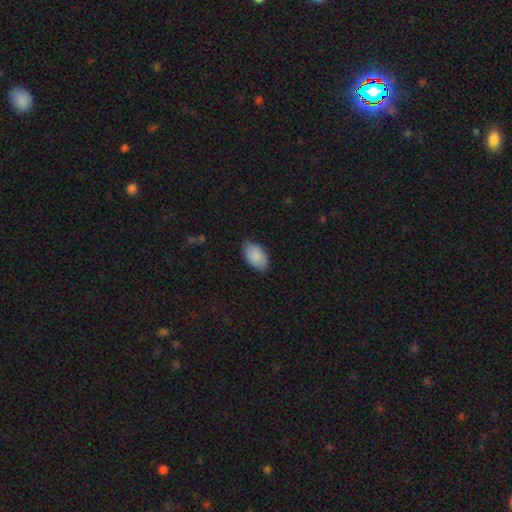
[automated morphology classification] This appears to be a smooth galaxy with no disk features (88%) that is in between round and cigar-shaped (94%). Merging: none (76%).